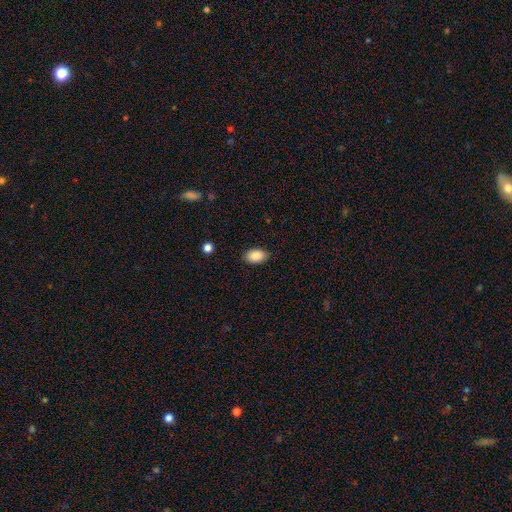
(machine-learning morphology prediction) Overall: smooth (89%). How rounded: in between (91%). Merging: none (87%).